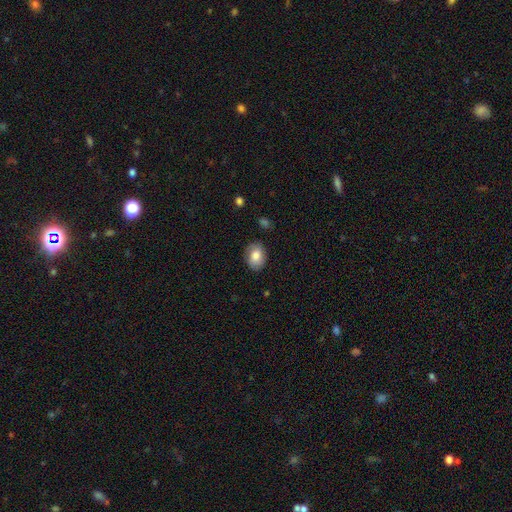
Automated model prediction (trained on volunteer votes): A smooth galaxy with no disk features (82%) that is in between round and cigar-shaped (71%). Merging: none (83%).